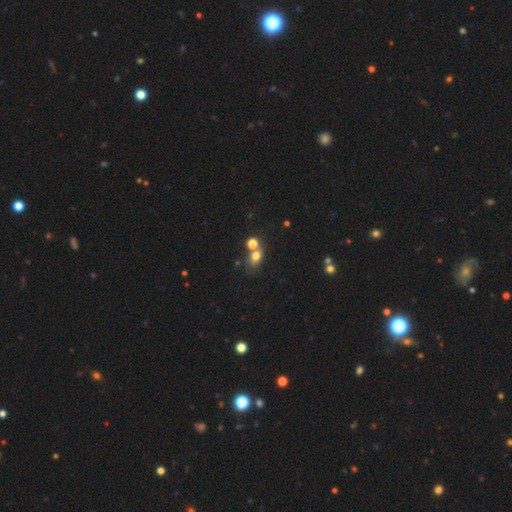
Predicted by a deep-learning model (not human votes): Q: Smooth or featured?
A: smooth (72%); runner-up: star or artifact (16%)
Q: How rounded?
A: in between (60%); runner-up: round (38%)
Q: Merging?
A: none (44%); runner-up: merger (37%)